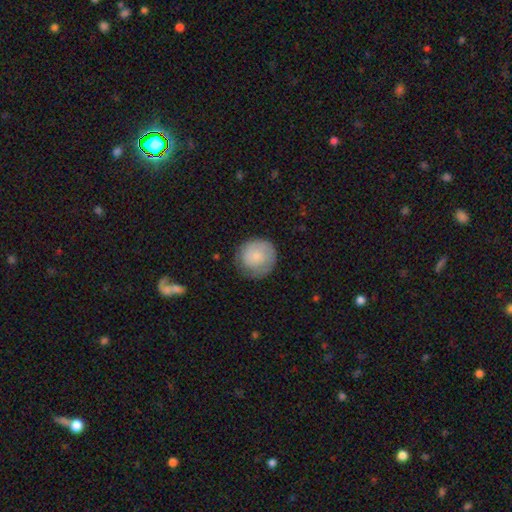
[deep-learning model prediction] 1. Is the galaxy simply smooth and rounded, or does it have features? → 77% smooth, 17% featured or disk, 6% star or artifact.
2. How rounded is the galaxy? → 91% round, 8% in between, 1% cigar-shaped.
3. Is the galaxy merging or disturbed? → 68% none, 23% minor disturbance, 8% major disturbance, 1% merger.